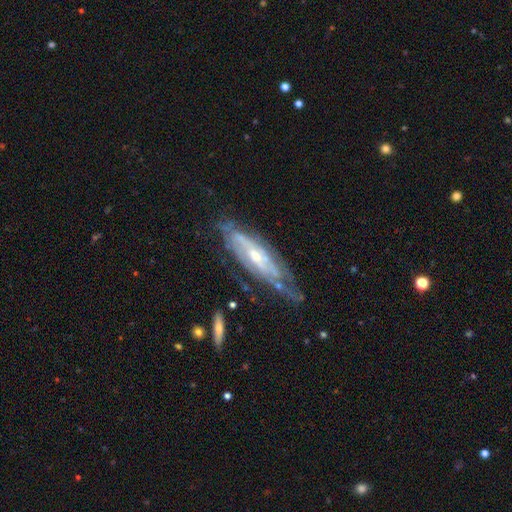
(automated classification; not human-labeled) Morphology: type=featured or disk (81%); edge-on=no (77%); bar=no (52%); spiral arms=yes (86%); winding=tight (57%); arm count=can't tell (54%); bulge=moderate (50%); merging=none (53%).